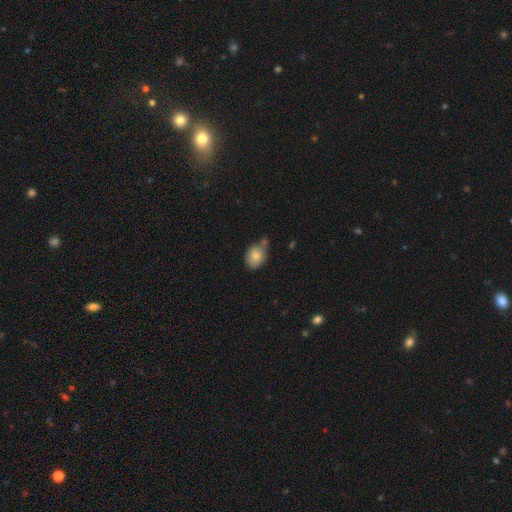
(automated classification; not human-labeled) A smooth galaxy with no disk features (81%) that is in between round and cigar-shaped (58%).

Vote fractions:
- Smooth or featured? smooth: 81% / featured or disk: 11% / star or artifact: 8%
- How rounded? in between: 58% / round: 41% / cigar-shaped: 1%
- Merging? none: 51% / minor disturbance: 26% / merger: 18% / major disturbance: 6%